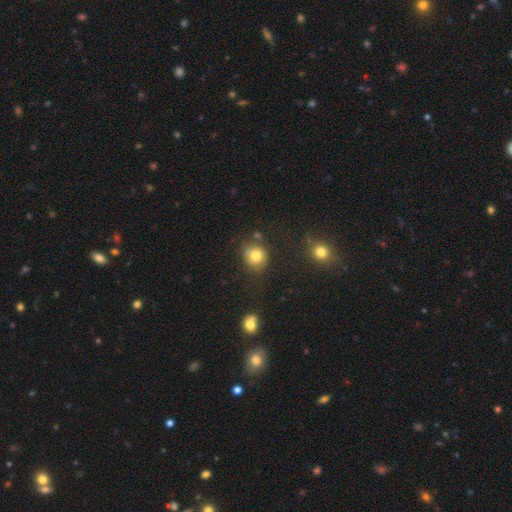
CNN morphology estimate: The model was most divided on "merging": none: 73%, minor disturbance: 16%, merger: 6%, major disturbance: 5%. More confident: how rounded — round (81%); smooth or featured — smooth (80%).